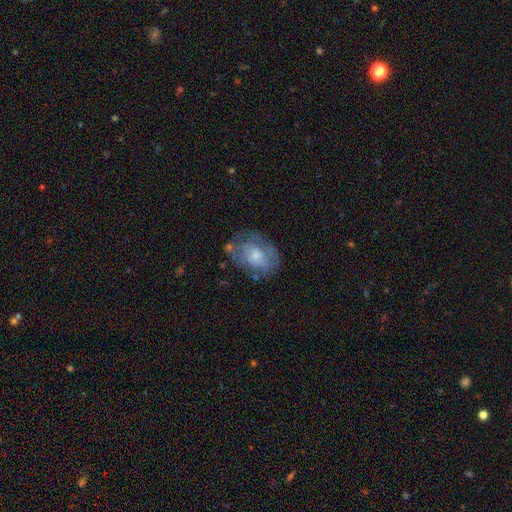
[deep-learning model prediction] Q: Smooth or featured?
A: featured or disk (48%); runner-up: smooth (44%)
Q: Merging?
A: none (54%); runner-up: minor disturbance (26%)